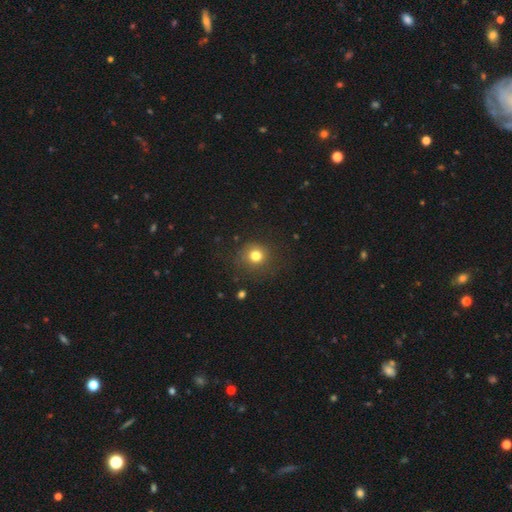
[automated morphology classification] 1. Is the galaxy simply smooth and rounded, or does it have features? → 78% smooth, 14% star or artifact, 8% featured or disk.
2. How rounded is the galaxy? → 90% round, 9% in between, 1% cigar-shaped.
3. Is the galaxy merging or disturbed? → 81% none, 12% minor disturbance, 6% major disturbance, 1% merger.